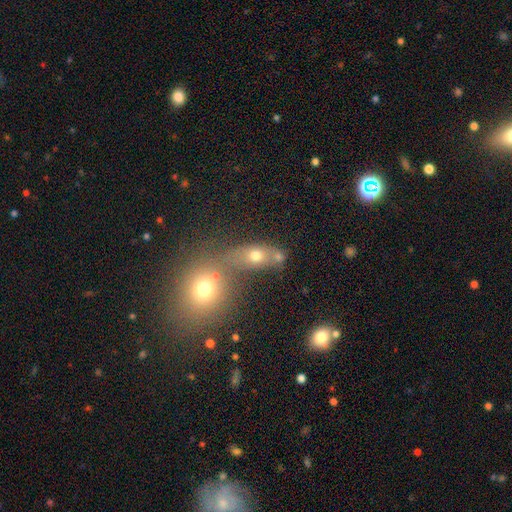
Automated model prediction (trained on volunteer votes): Smooth or featured: smooth — 64% (star or artifact — 18%)
How rounded: in between — 51% (round — 44%)
Merging: merger — 45% (none — 39%)